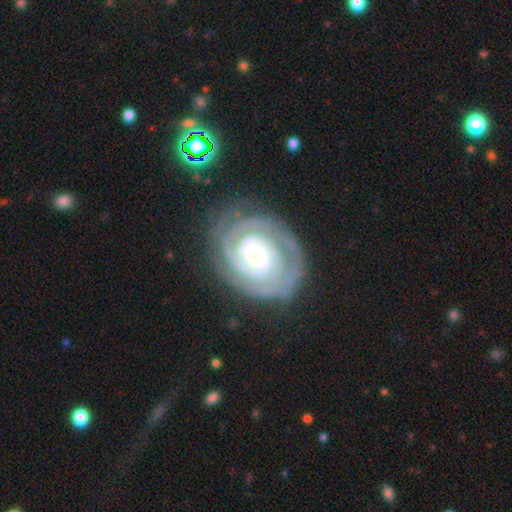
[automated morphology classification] Smooth or featured?
  - featured or disk: 86% *
  - smooth: 9%
  - star or artifact: 5%
Edge-on disk?
  - no: 97% *
  - yes: 3%
Bar?
  - no: 78% *
  - weak: 16%
  - strong: 6%
Spiral arms?
  - yes: 94% *
  - no: 6%
Spiral winding?
  - tight: 82% *
  - medium: 15%
  - loose: 4%
Spiral arm count?
  - 2: 34% *
  - can't tell: 29%
  - 3: 17%
  - 1: 8%
  - 4: 7%
  - more than 4: 6%
Bulge size?
  - small: 51% *
  - moderate: 39%
  - large: 7%
  - dominant: 2%
  - none: 1%
Merging?
  - none: 74% *
  - minor disturbance: 16%
  - major disturbance: 8%
  - merger: 2%